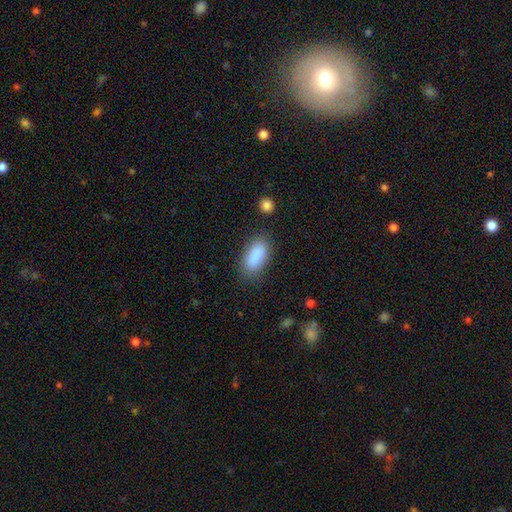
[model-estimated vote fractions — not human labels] smooth_or_featured: smooth (p=0.88) [alt: star or artifact p=0.07]
how_rounded: in between (p=0.87) [alt: cigar-shaped p=0.10]
merging: none (p=0.80) [alt: minor disturbance p=0.14]